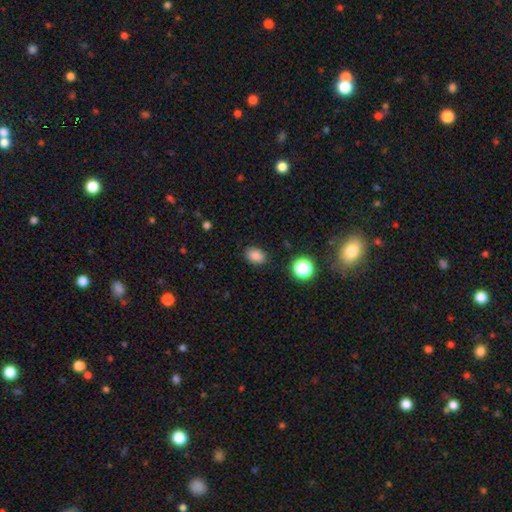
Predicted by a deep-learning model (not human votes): This is clearly a smooth galaxy (84%). How rounded: likely in between (73%). Merging: clearly none (86%).